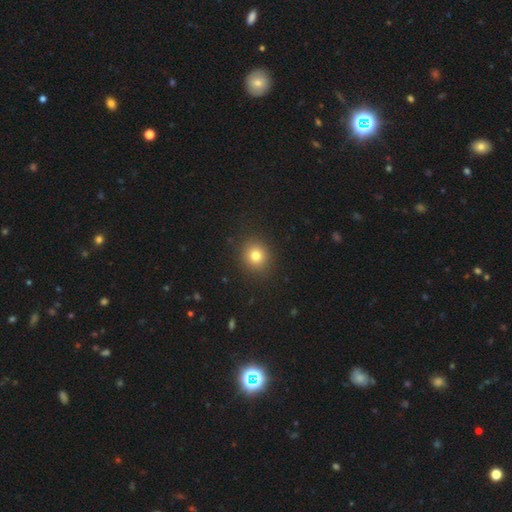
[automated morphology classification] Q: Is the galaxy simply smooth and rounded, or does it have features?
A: smooth — 79%.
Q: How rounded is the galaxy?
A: round — 81%.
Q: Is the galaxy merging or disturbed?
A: none — 89%.